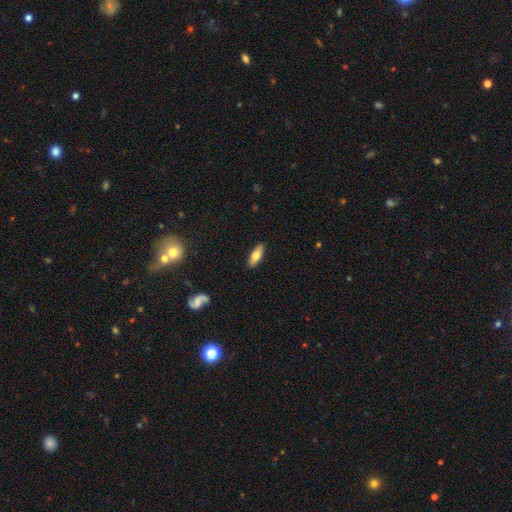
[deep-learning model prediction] This is likely a smooth galaxy (69%). How rounded: likely in between (70%). Merging: clearly none (89%).